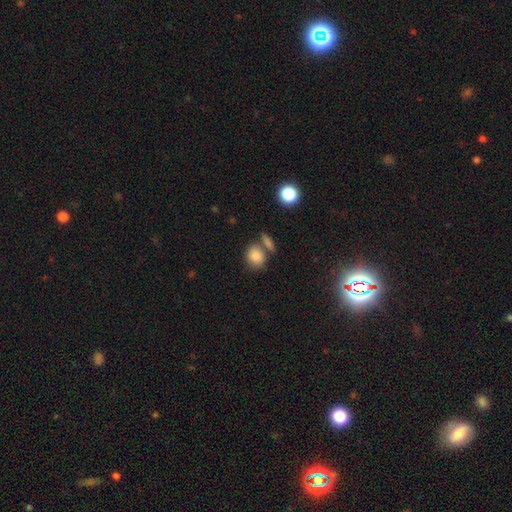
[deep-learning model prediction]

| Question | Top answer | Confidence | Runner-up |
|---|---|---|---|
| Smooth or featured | smooth | 84% | star or artifact (9%) |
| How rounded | round | 55% | in between (43%) |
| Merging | none | 59% | merger (23%) |